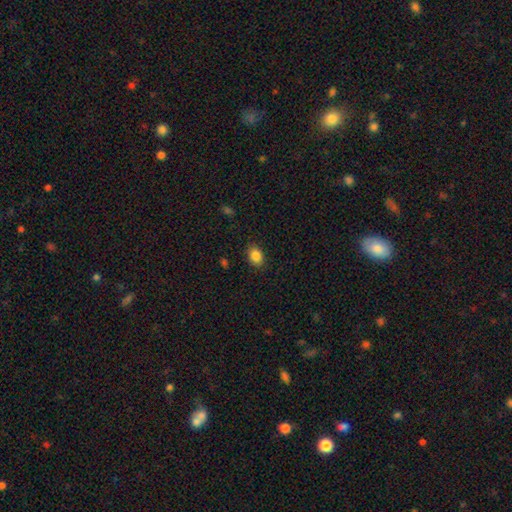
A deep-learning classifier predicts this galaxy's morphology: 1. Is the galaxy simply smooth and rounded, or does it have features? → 86% smooth, 9% star or artifact, 5% featured or disk.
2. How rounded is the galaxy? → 74% in between, 25% round, 1% cigar-shaped.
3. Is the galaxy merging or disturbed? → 87% none, 10% minor disturbance, 2% major disturbance, 1% merger.